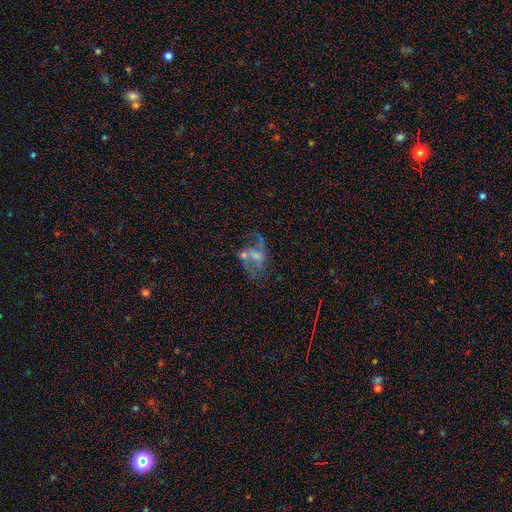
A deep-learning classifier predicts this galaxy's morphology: The model was most divided on "bulge size": small: 37%, moderate: 35%, none: 20%, large: 6%, dominant: 2%. Remaining: edge-on disk — no (96%); spiral arms — yes (71%); smooth or featured — featured or disk (66%); bar — no (45%); merging — none (39%).